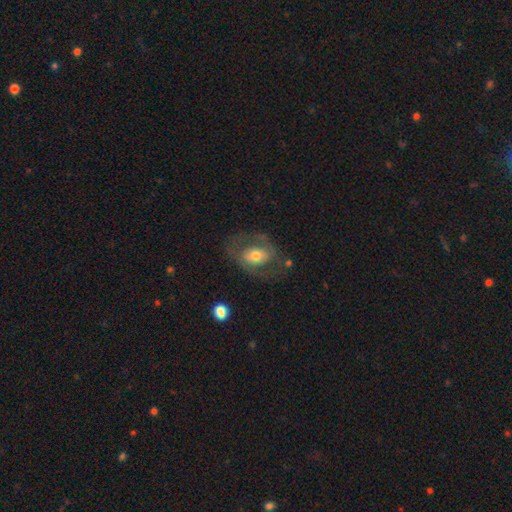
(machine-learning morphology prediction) featured or disk 58%, smooth 36%, star or artifact 7%. Down the decision tree: edge-on disk — no (95%); bar — no (54%); spiral arms — yes (53%); bulge size — moderate (63%); merging — none (61%).